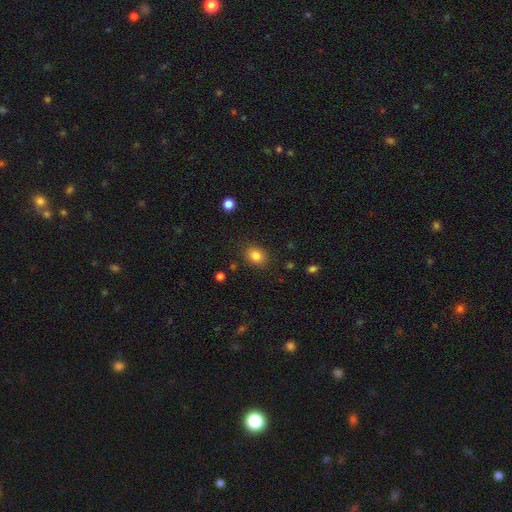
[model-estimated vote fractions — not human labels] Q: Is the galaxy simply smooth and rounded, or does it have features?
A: smooth — 83%.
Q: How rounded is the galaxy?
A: in between — 50%, tied with round.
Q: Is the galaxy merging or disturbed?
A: none — 85%.